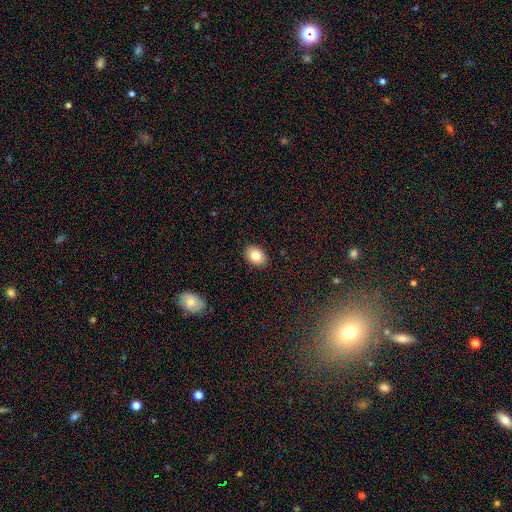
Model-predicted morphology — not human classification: Smooth or featured? Predicted: smooth (p=0.81). How rounded? Predicted: in between (p=0.72). Merging? Predicted: none (p=0.90).